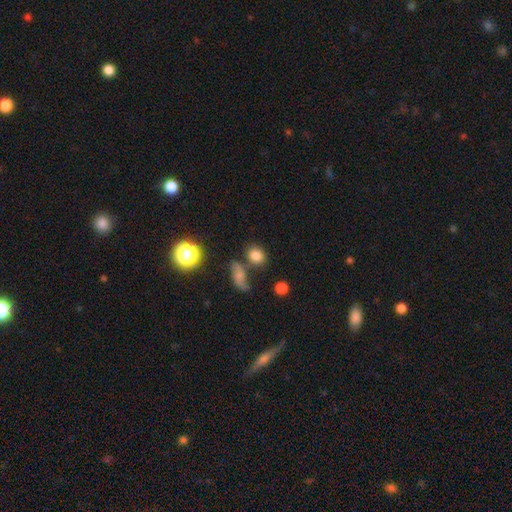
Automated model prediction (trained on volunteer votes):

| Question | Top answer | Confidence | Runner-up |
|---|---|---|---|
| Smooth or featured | smooth | 79% | star or artifact (13%) |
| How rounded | round | 51% | in between (47%) |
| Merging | none | 65% | merger (15%) |